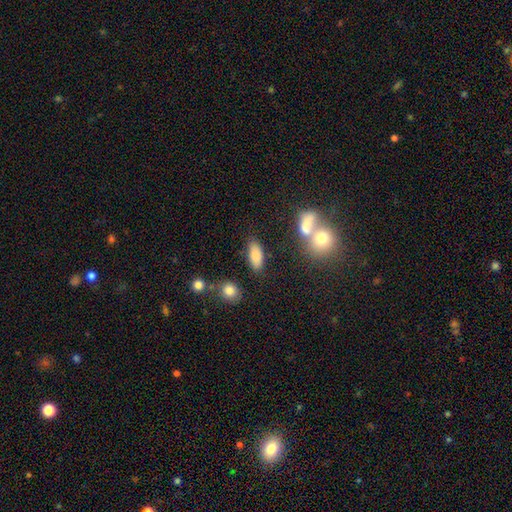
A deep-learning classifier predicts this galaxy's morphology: Q: Smooth or featured?
A: smooth (83%); runner-up: star or artifact (9%)
Q: How rounded?
A: in between (83%); runner-up: cigar-shaped (13%)
Q: Merging?
A: none (77%); runner-up: minor disturbance (13%)